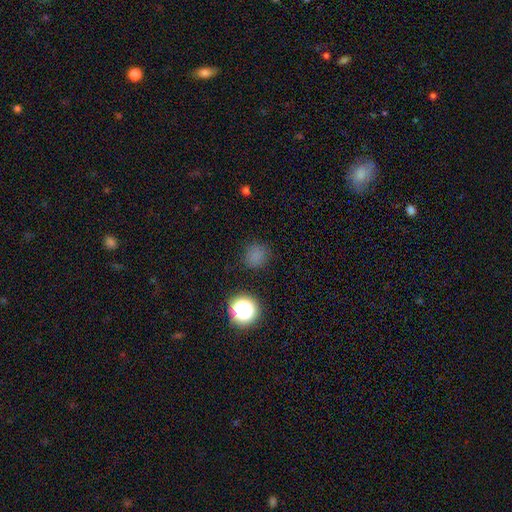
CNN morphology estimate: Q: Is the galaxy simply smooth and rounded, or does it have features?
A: smooth — 72%.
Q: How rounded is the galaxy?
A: round — 87%.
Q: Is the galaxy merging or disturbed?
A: none — 83%.